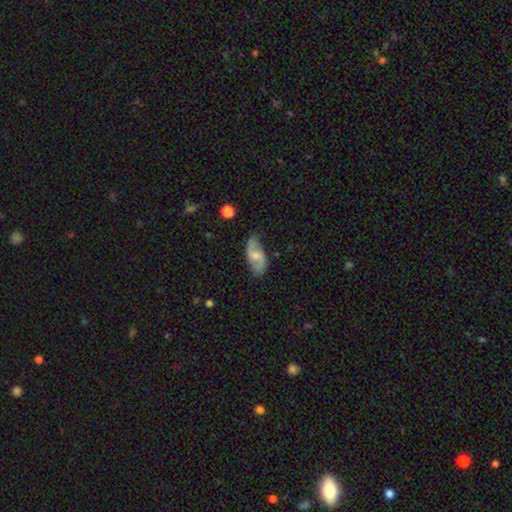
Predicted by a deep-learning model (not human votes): featured or disk 63%, smooth 31%, star or artifact 6%. Down the decision tree: edge-on disk — no (95%); bar — weak (51%); spiral arms — yes (89%); spiral arm count — 2 (88%); spiral winding — loose (58%); bulge size — moderate (43%); merging — none (68%).